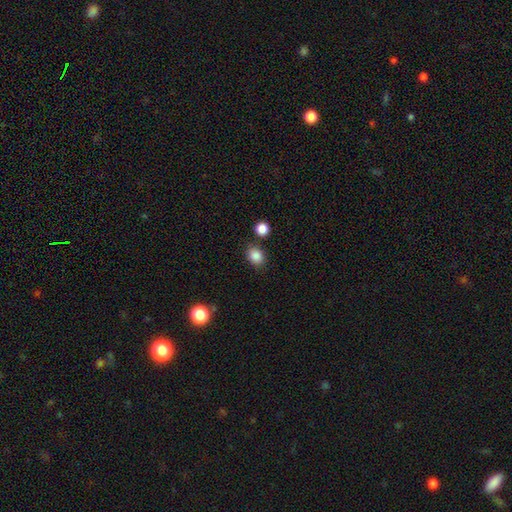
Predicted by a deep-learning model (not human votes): Overall: smooth (86%). How rounded: in between (53%; round 46%). Merging: none (80%).